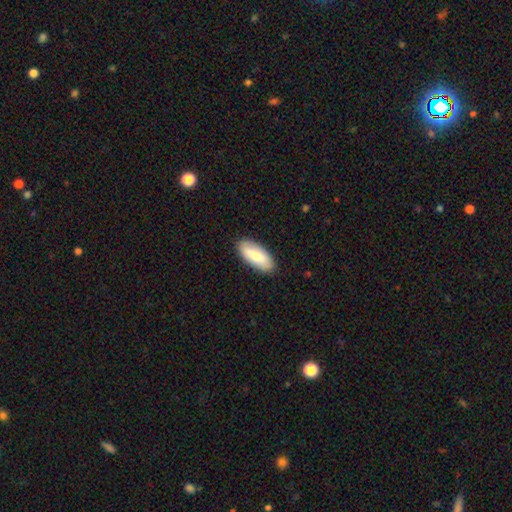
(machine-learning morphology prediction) smooth-or-featured: smooth: 73% | featured or disk: 21% | star or artifact: 5%
  how-rounded: in between: 85% | cigar-shaped: 13% | round: 2%
  merging: none: 88% | minor disturbance: 9% | major disturbance: 2% | merger: 1%